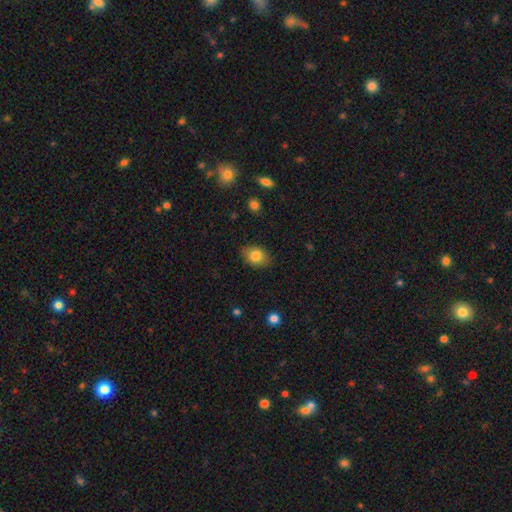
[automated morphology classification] Q: Smooth or featured?
A: smooth (82%); runner-up: featured or disk (10%)
Q: How rounded?
A: in between (69%); runner-up: round (30%)
Q: Merging?
A: none (84%); runner-up: minor disturbance (12%)